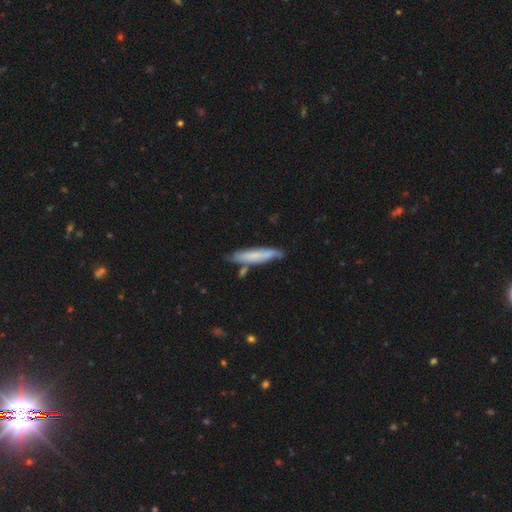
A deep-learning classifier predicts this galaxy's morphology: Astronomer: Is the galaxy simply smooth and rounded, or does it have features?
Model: smooth — 61%.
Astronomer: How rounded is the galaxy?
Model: cigar-shaped — 87%.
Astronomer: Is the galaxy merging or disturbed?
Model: none — 72%.